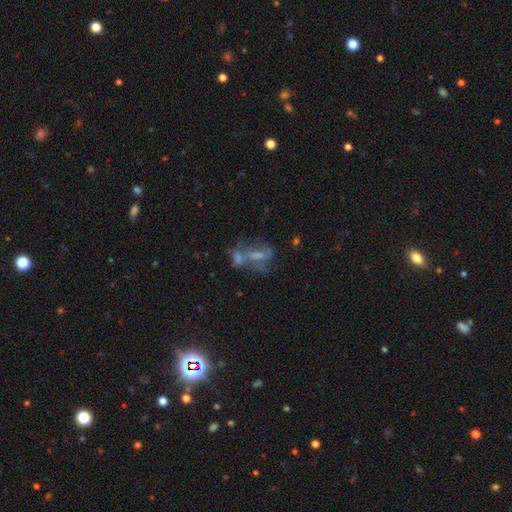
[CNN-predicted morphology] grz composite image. It shows a featured or disk galaxy (52%). Merging: merger (39%).